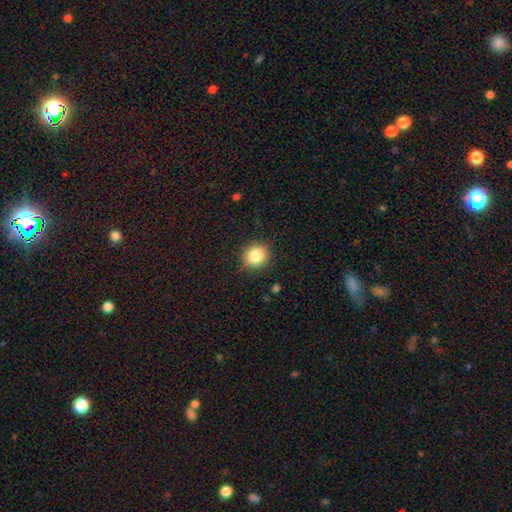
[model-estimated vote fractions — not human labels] smooth 84%, star or artifact 10%, featured or disk 6%. Down the decision tree: how rounded — round (87%); merging — none (89%).